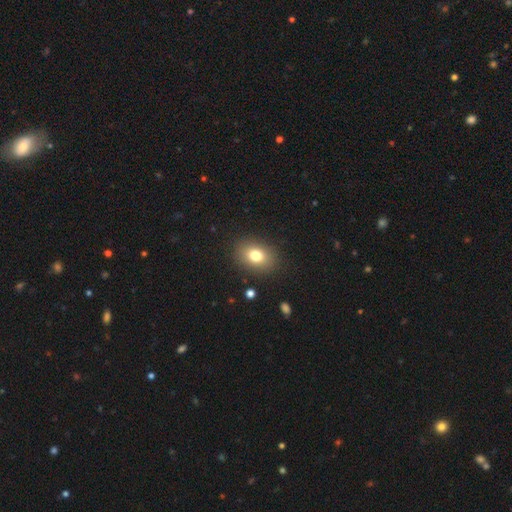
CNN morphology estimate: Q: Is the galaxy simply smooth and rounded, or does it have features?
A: smooth — 78%.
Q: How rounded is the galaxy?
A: in between — 65%.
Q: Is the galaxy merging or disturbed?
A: none — 87%.